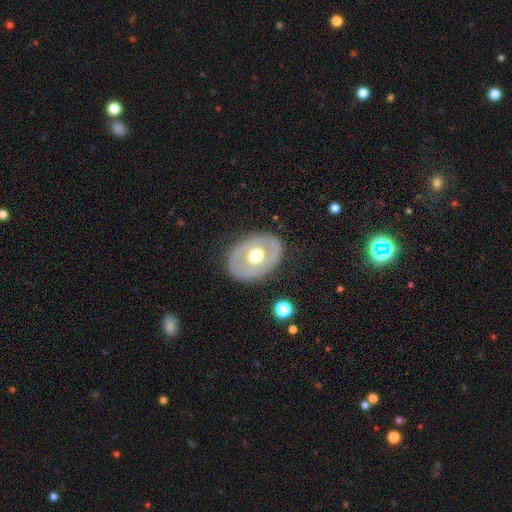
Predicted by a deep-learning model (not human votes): A featured or disk galaxy (59%) with no bar (85%), no spiral arms (84%) and a moderate central bulge (63%). Merging: none (81%).